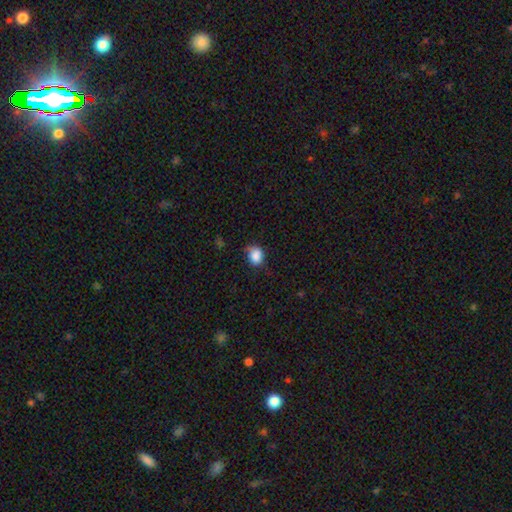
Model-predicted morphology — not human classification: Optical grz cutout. It shows a smooth galaxy with no disk features (87%) that is round (52%). Merging: none (60%).